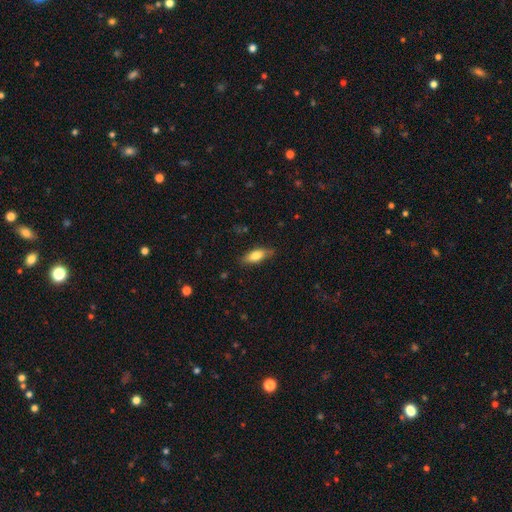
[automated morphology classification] The model was most divided on "how rounded": in between: 69%, cigar-shaped: 28%, round: 3%. More confident: merging — none (78%); smooth or featured — smooth (73%).